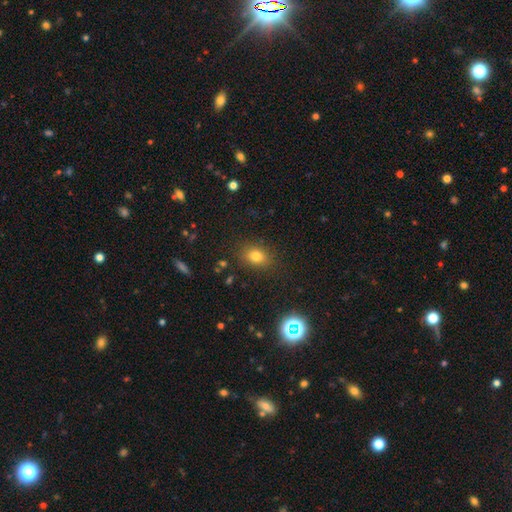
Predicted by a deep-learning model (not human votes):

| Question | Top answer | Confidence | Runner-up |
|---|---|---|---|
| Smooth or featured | smooth | 77% | star or artifact (16%) |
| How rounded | in between | 60% | round (39%) |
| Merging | none | 84% | minor disturbance (11%) |